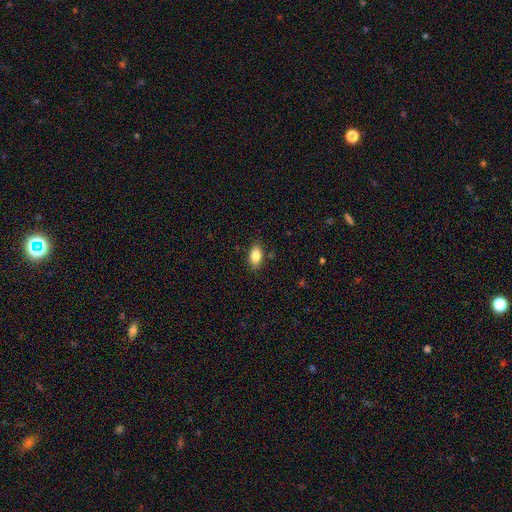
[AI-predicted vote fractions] This appears to be a smooth galaxy with no disk features (84%) that is in between round and cigar-shaped (90%). Merging: none (85%).